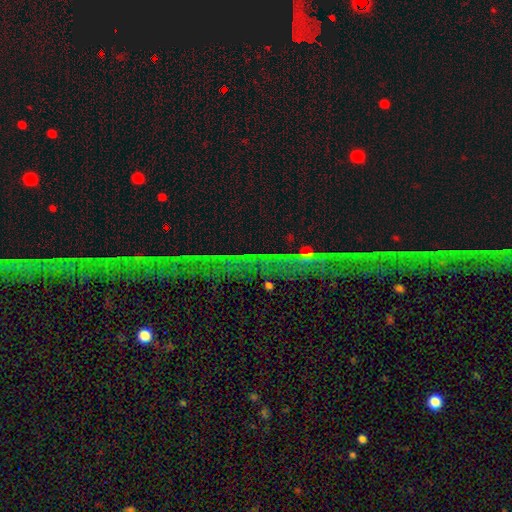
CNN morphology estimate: A star or artifact, not a galaxy (75%).

Vote fractions:
- Smooth or featured? star or artifact: 75% / smooth: 13% / featured or disk: 12%